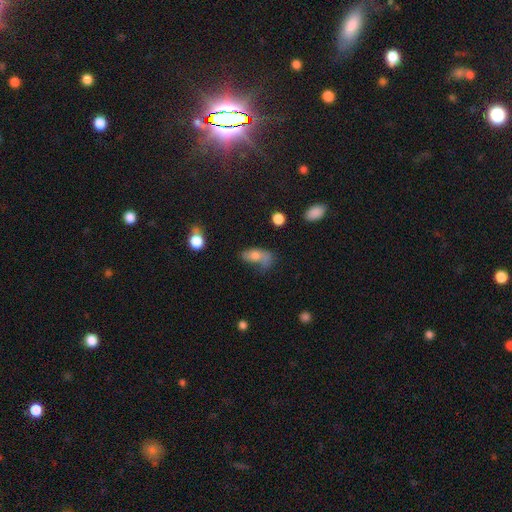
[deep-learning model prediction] smooth-or-featured: smooth: 58% | featured or disk: 30% | star or artifact: 11%
  how-rounded: in between: 80% | cigar-shaped: 10% | round: 9%
  merging: major disturbance: 37% | none: 29% | minor disturbance: 25% | merger: 9%